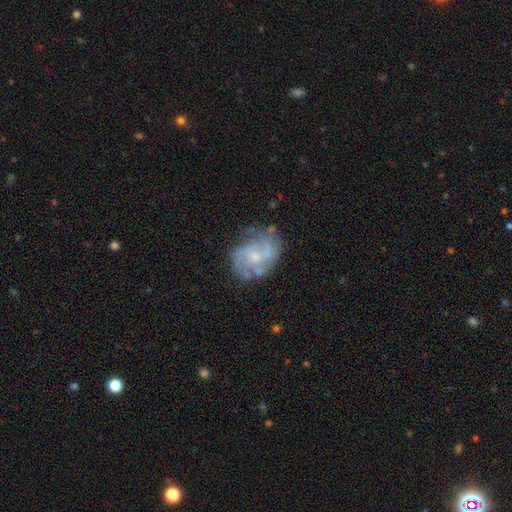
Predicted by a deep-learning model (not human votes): Smooth or featured?
  - featured or disk: 77% *
  - smooth: 16%
  - star or artifact: 7%
Edge-on disk?
  - no: 98% *
  - yes: 2%
Bar?
  - no: 62% *
  - weak: 33%
  - strong: 5%
Spiral arms?
  - yes: 84% *
  - no: 16%
Spiral winding?
  - medium: 46% *
  - tight: 34%
  - loose: 21%
Spiral arm count?
  - 2: 36% *
  - can't tell: 30%
  - 3: 19%
  - 4: 6%
  - 1: 5%
  - more than 4: 4%
Bulge size?
  - small: 53% *
  - moderate: 33%
  - none: 11%
  - large: 2%
  - dominant: 1%
Merging?
  - none: 61% *
  - minor disturbance: 23%
  - major disturbance: 13%
  - merger: 3%